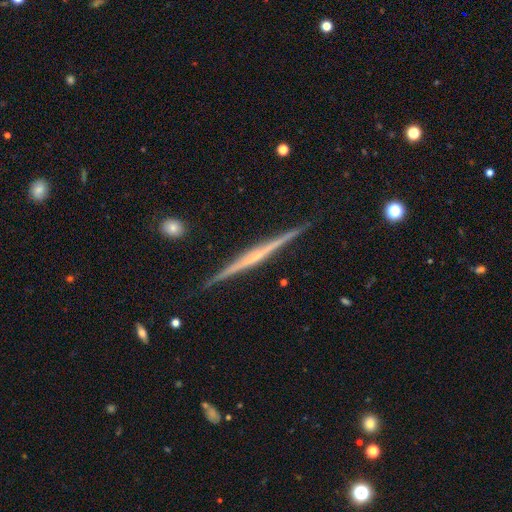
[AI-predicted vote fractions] Smooth or featured?
  - featured or disk: 78% *
  - smooth: 16%
  - star or artifact: 5%
Edge-on disk?
  - yes: 98% *
  - no: 2%
Edge-on bulge?
  - none: 60% *
  - rounded: 30%
  - boxy: 10%
Merging?
  - none: 91% *
  - minor disturbance: 7%
  - merger: 1%
  - major disturbance: 1%